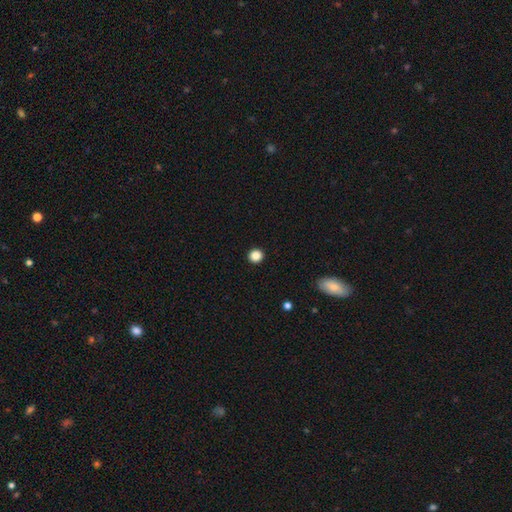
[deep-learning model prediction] This appears to be a smooth galaxy with no disk features (86%) that is round (94%). Merging: none (94%).